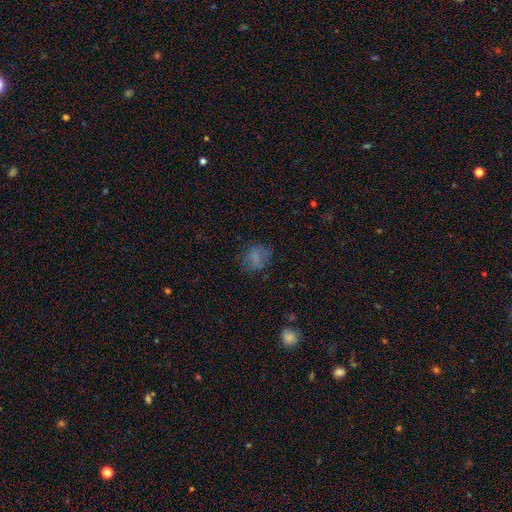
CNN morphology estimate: type=smooth (67%); roundness=round (59%); merging=none (67%).